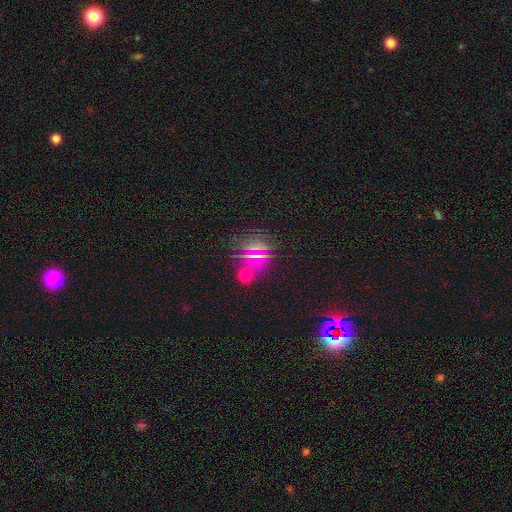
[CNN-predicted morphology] This appears to be a star or artifact, not a galaxy (56%).